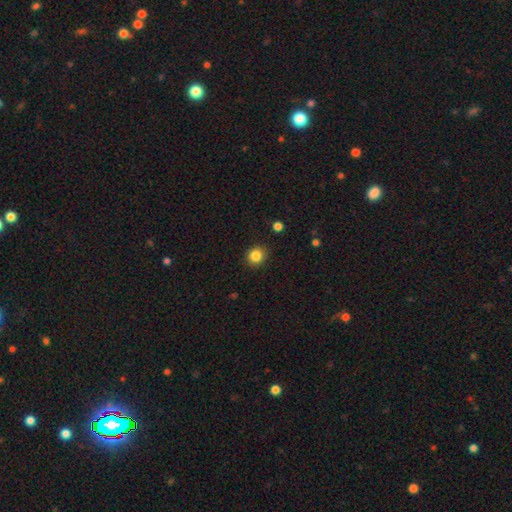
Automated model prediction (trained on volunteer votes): Morphology: type=smooth (85%); roundness=round (84%); merging=none (89%).